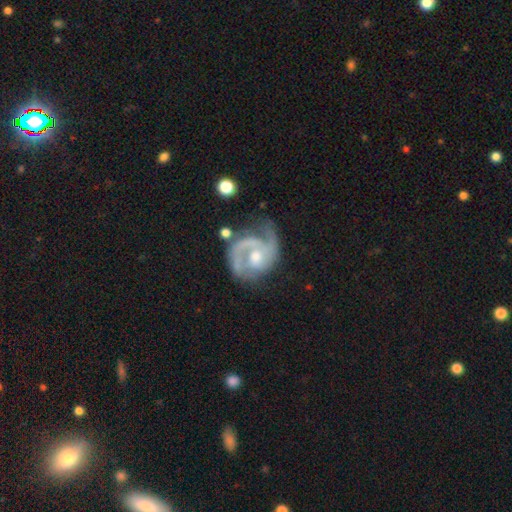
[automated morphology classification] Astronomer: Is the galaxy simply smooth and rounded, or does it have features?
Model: featured or disk — 89%.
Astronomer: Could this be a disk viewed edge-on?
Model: no — 98%.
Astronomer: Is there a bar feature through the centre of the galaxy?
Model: no — 59% (runner-up: weak, 34%).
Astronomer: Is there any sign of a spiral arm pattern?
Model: yes — 97%.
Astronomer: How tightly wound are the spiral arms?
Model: medium — 50% (runner-up: tight, 34%).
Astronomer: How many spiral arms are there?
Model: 2 — 76%.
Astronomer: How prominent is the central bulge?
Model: moderate — 58%.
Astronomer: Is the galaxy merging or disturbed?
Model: none — 56%.